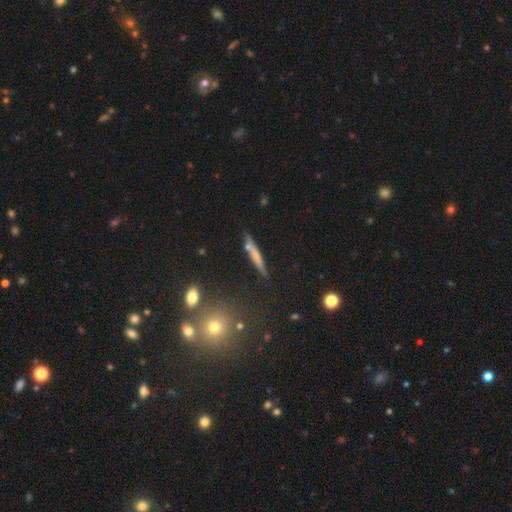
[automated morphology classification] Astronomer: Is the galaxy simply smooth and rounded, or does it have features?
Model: smooth — 55% (runner-up: featured or disk, 36%).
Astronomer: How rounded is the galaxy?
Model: cigar-shaped — 92%.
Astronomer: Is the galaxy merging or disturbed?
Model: none — 76%.